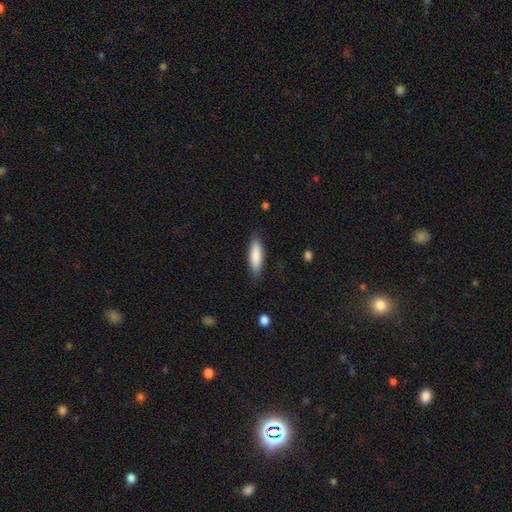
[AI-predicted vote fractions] A smooth galaxy with no disk features (85%) that is cigar-shaped (54%). Merging: none (82%).